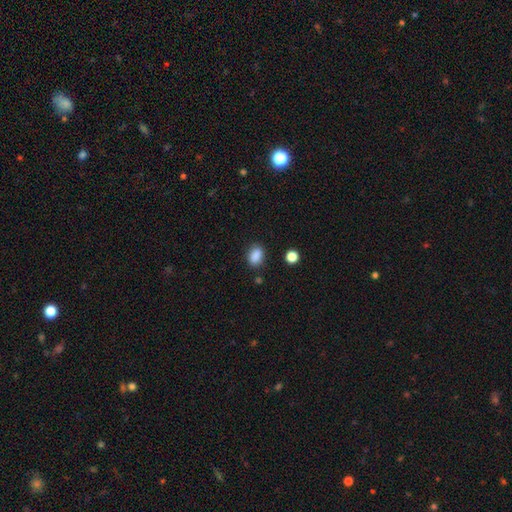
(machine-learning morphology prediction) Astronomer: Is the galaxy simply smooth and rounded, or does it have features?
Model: smooth — 87%.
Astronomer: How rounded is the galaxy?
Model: in between — 80%.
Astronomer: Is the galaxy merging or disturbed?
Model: none — 82%.